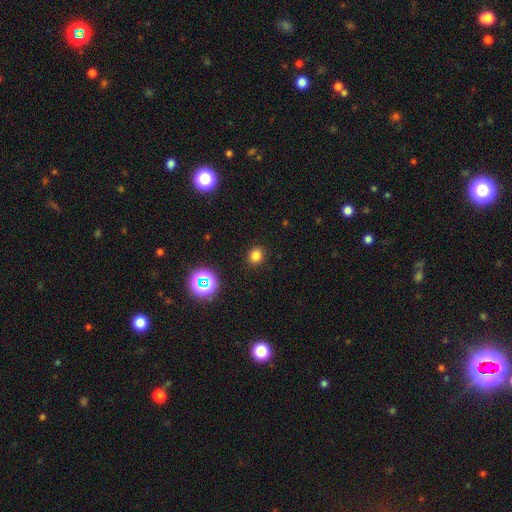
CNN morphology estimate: Overall: smooth (78%). How rounded: round (79%). Merging: none (90%).